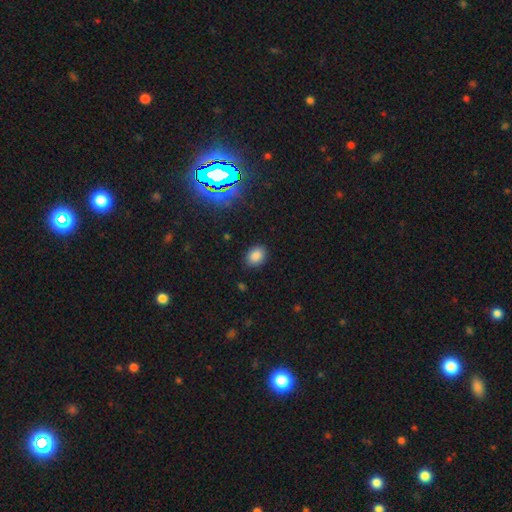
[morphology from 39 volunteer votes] A smooth galaxy with no disk features (82%) that is in between round and cigar-shaped (72%).

Vote fractions:
- Smooth or featured? smooth: 82% / star or artifact: 10% / featured or disk: 8%
- How rounded? in between: 72% / round: 28% / cigar-shaped: 0%
- Merging? none: 97% / major disturbance: 3% / minor disturbance: 0% / merger: 0%